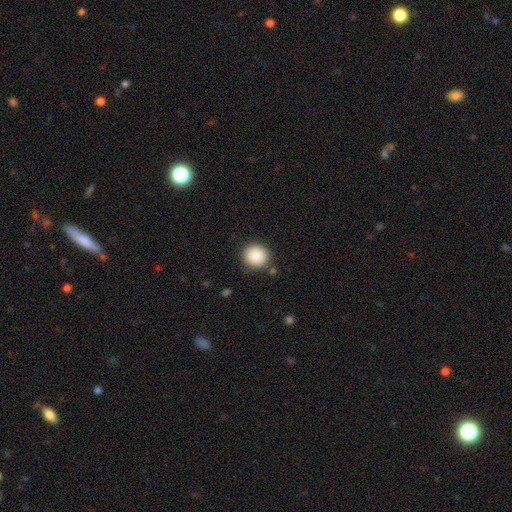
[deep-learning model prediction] Smooth or featured? Predicted: smooth (p=0.89). How rounded? Predicted: round (p=0.89). Merging? Predicted: none (p=0.86).